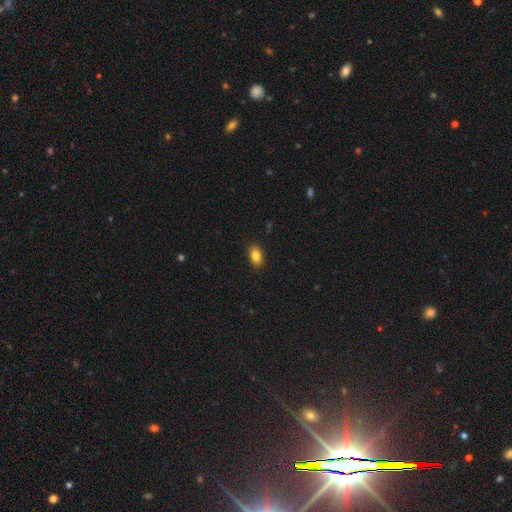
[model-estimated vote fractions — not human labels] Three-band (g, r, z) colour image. It shows a smooth galaxy with no disk features (84%) that is in between round and cigar-shaped (88%). Merging: none (89%).